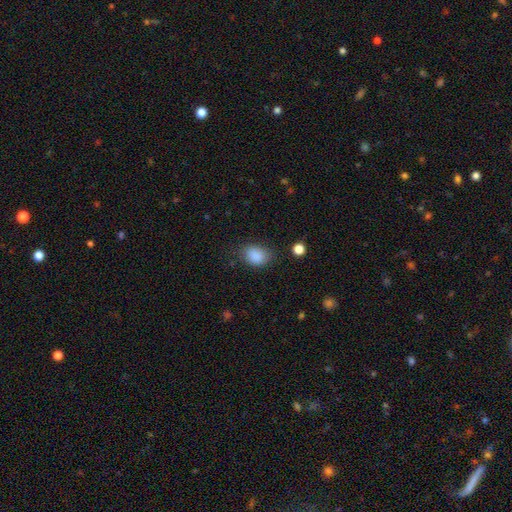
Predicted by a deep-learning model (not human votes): Smooth or featured: smooth — 87% (star or artifact — 9%)
How rounded: in between — 67% (round — 32%)
Merging: none — 72% (minor disturbance — 20%)